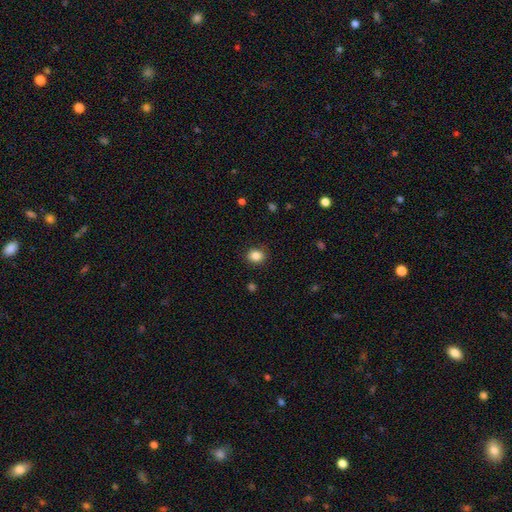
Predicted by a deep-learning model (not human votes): A smooth galaxy with no disk features (86%) that is round (58%).

Vote fractions:
- Smooth or featured? smooth: 86% / star or artifact: 10% / featured or disk: 4%
- How rounded? round: 58% / in between: 41% / cigar-shaped: 1%
- Merging? none: 88% / minor disturbance: 8% / major disturbance: 3% / merger: 1%